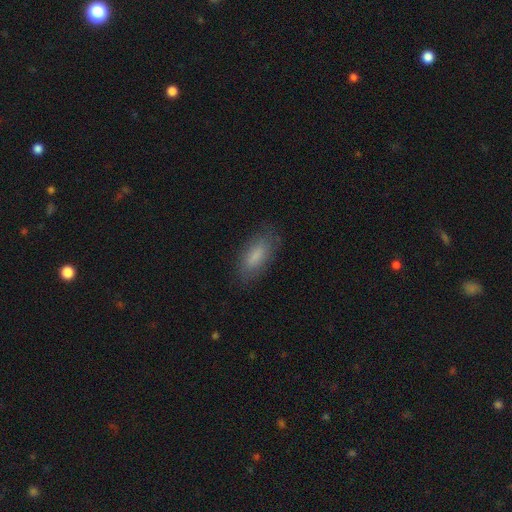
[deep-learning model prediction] Morphology: type=smooth (81%); roundness=in between (80%); merging=none (79%).